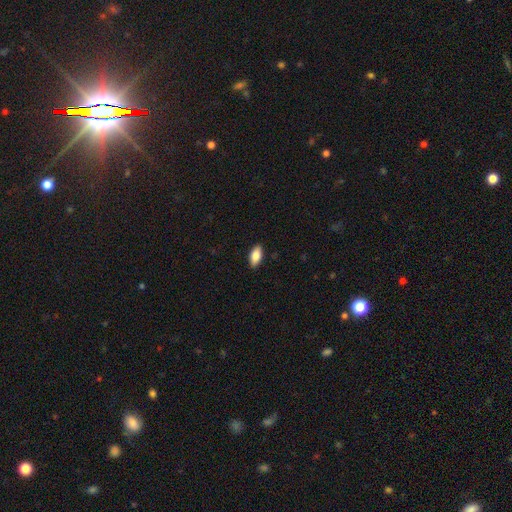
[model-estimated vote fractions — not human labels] Morphology: type=smooth (84%); roundness=in between (89%); merging=none (89%).